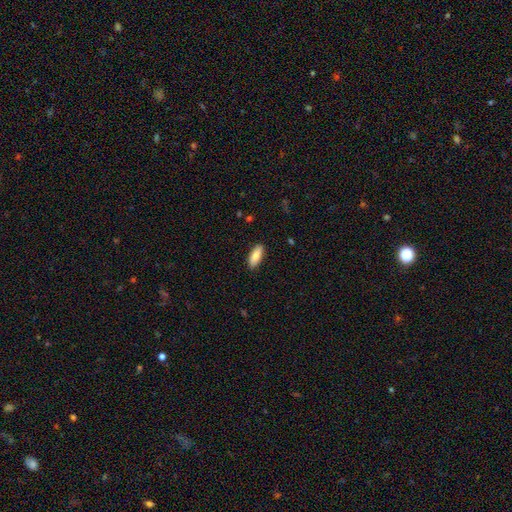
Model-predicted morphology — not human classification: Overall: smooth (86%). How rounded: in between (78%). Merging: none (89%).